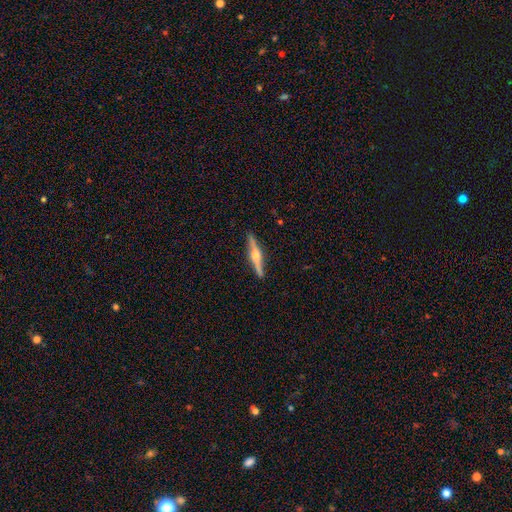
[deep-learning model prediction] A featured or disk galaxy (76%) viewed edge-on (98%) with a rounded central bulge (88%).

Vote fractions:
- Smooth or featured? featured or disk: 76% / smooth: 19% / star or artifact: 5%
- Edge-on disk? yes: 98% / no: 2%
- Edge-on bulge? rounded: 88% / boxy: 9% / none: 3%
- Merging? none: 91% / minor disturbance: 7% / major disturbance: 1% / merger: 1%